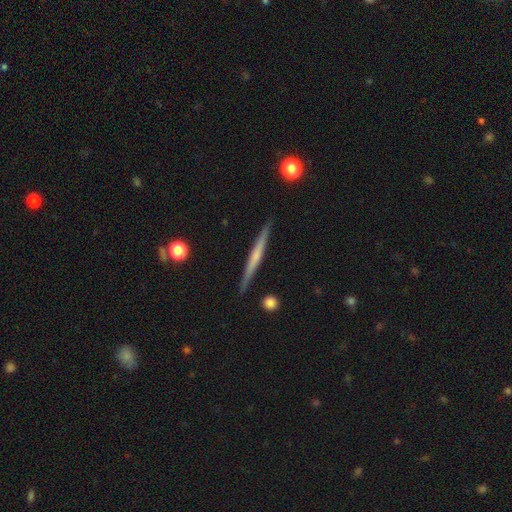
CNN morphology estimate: The model was most divided on "smooth or featured": featured or disk: 57%, smooth: 37%, star or artifact: 6%. More confident: edge-on disk — yes (97%); merging — none (91%); edge-on bulge — none (64%).